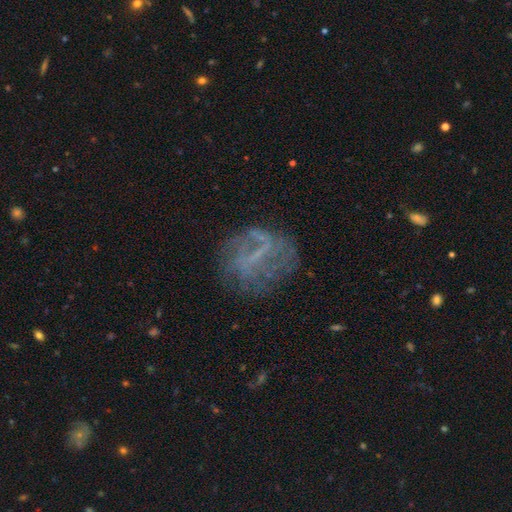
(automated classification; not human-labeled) Q: Smooth or featured?
A: featured or disk (57%); runner-up: smooth (23%)
Q: Edge-on disk?
A: no (95%); runner-up: yes (5%)
Q: Bar?
A: weak (35%); runner-up: no (34%)
Q: Spiral arms?
A: no (50%); tied with: yes (50%)
Q: Bulge size?
A: none (63%); runner-up: small (27%)
Q: Merging?
A: none (65%); runner-up: major disturbance (17%)